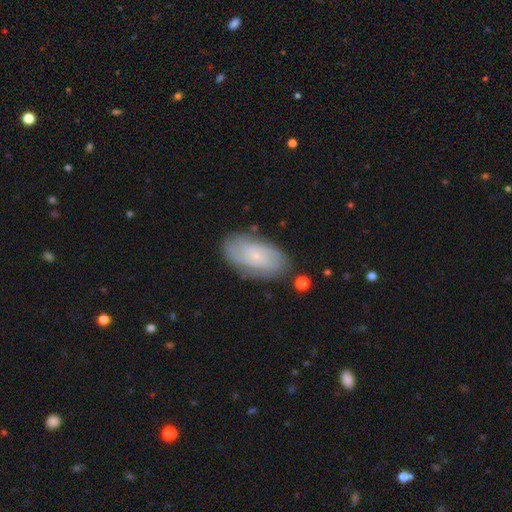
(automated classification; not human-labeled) A featured or disk galaxy (59%) with no bar (72%), spiral arms (82%) and a small central bulge (84%). Merging: none (78%).